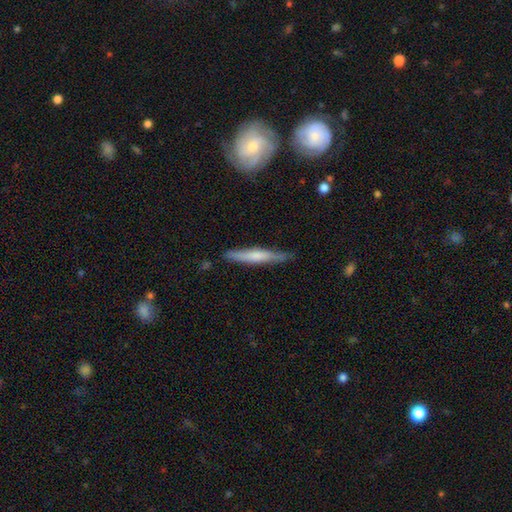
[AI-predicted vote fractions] Q: Smooth or featured?
A: smooth (52%); runner-up: featured or disk (42%)
Q: How rounded?
A: cigar-shaped (93%); runner-up: in between (5%)
Q: Merging?
A: none (81%); runner-up: minor disturbance (15%)